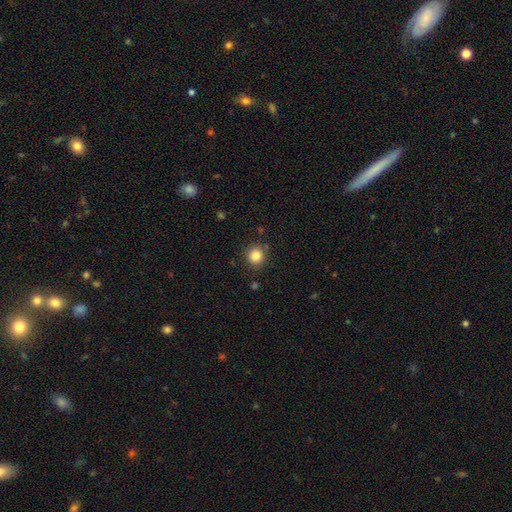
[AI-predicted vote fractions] Morphology: type=smooth (84%); roundness=round (90%); merging=none (86%).